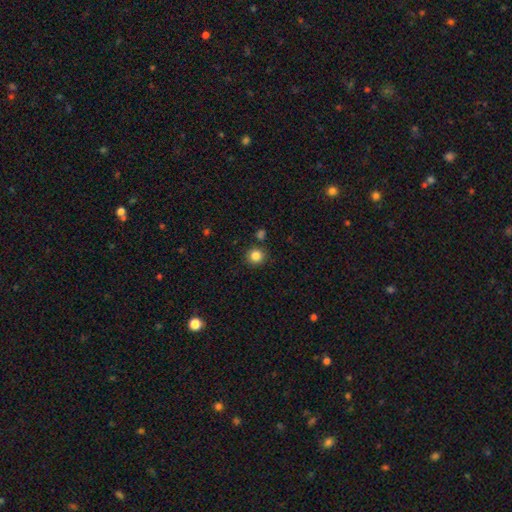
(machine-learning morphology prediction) type=smooth (84%); roundness=round (92%); merging=none (87%).